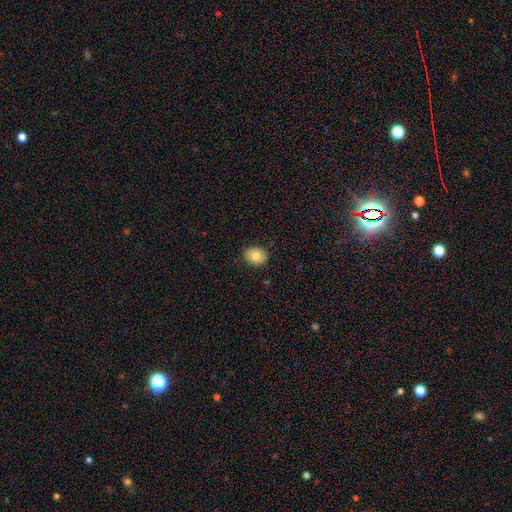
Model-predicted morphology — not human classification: Q: Smooth or featured?
A: smooth (78%); runner-up: featured or disk (14%)
Q: How rounded?
A: round (58%); runner-up: in between (41%)
Q: Merging?
A: none (87%); runner-up: minor disturbance (10%)